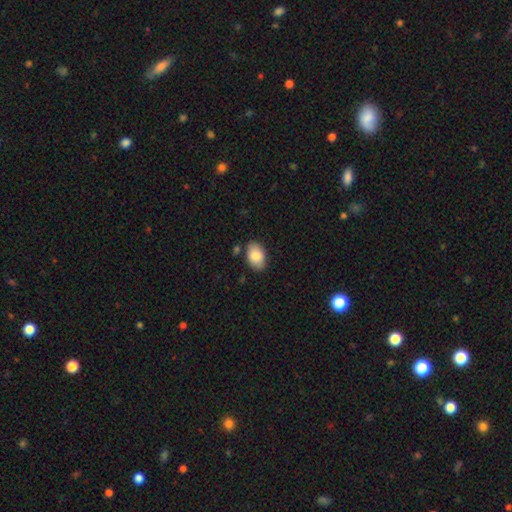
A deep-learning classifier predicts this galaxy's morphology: Smooth or featured: smooth — 86% (featured or disk — 7%)
How rounded: in between — 89% (round — 10%)
Merging: none — 80% (minor disturbance — 14%)